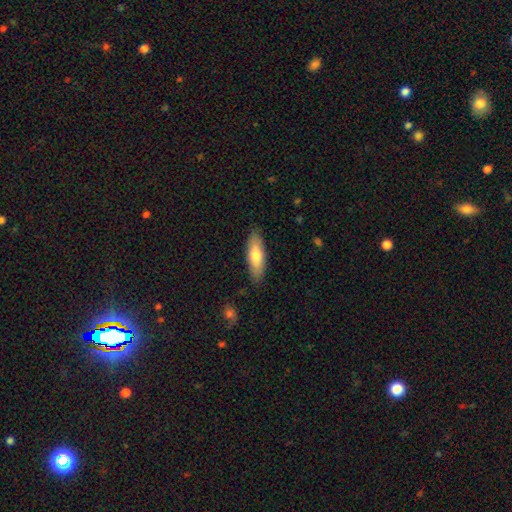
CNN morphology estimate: This is likely a smooth galaxy (72%). How rounded: possibly in between (56%). Merging: clearly none (86%).